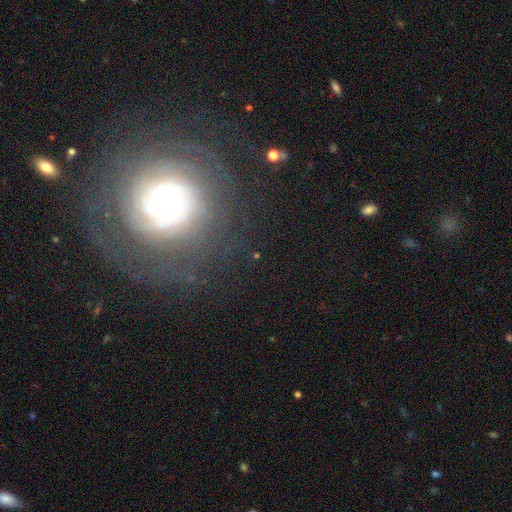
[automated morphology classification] type=featured or disk (48%); merging=none (73%).